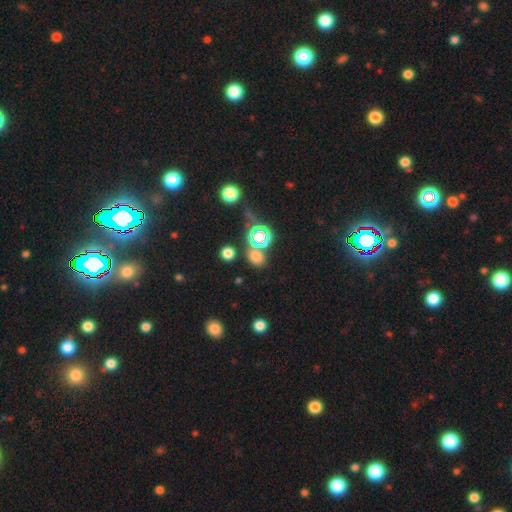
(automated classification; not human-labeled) The model was most divided on "how rounded": round: 56%, in between: 42%, cigar-shaped: 2%. More confident: merging — none (72%); smooth or featured — smooth (60%).